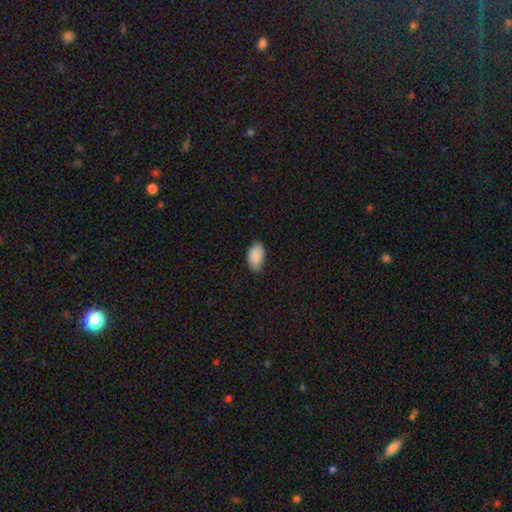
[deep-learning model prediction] Smooth or featured: smooth — 89% (star or artifact — 6%)
How rounded: in between — 94% (round — 4%)
Merging: none — 79% (minor disturbance — 17%)